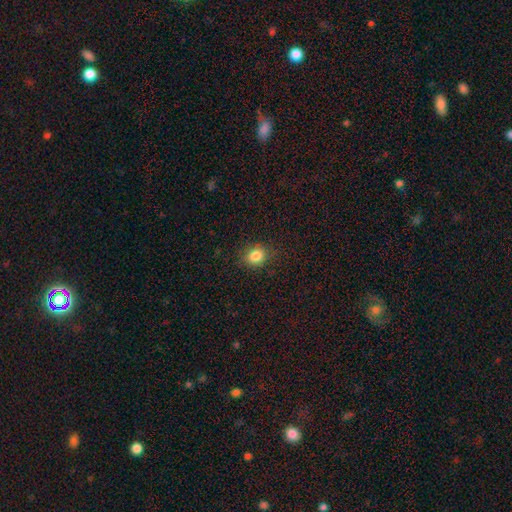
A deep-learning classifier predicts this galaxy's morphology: This is clearly a smooth galaxy (83%). How rounded: likely round (68%). Merging: clearly none (86%).